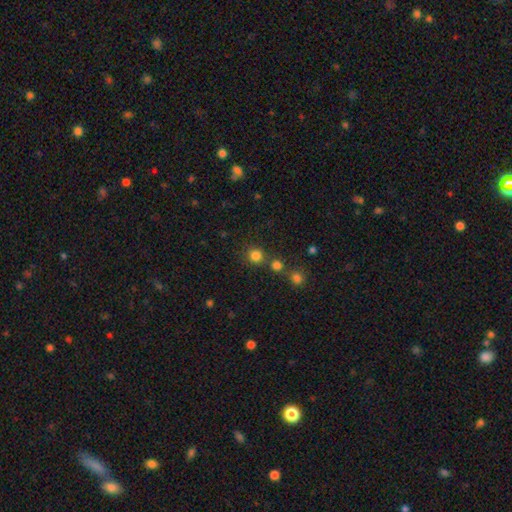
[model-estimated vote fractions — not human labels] Smooth or featured? smooth (80%)
How rounded? round (92%)
Merging? none (76%)